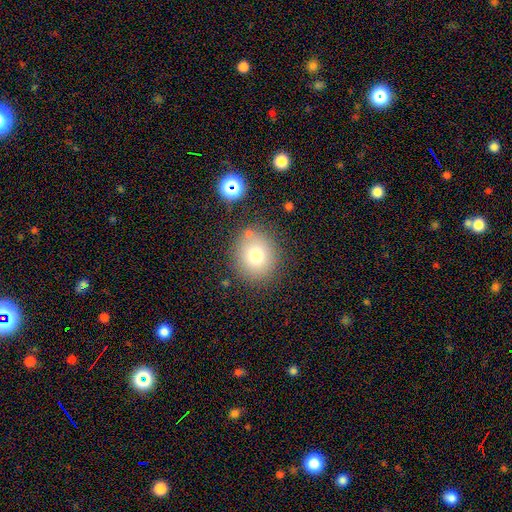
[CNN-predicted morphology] smooth 75%, star or artifact 13%, featured or disk 12%. Down the decision tree: how rounded — round (79%); merging — none (80%).